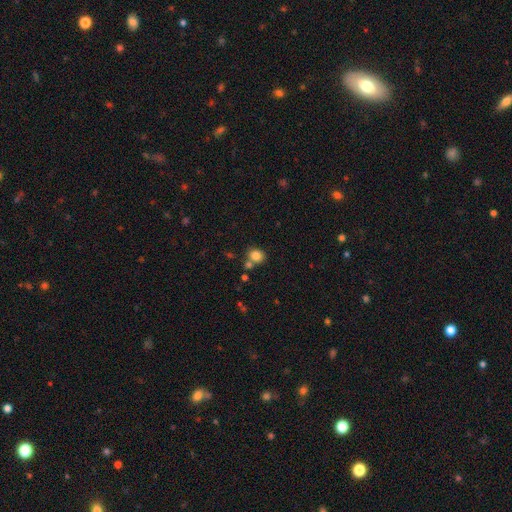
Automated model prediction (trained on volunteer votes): Smooth or featured? smooth (83%)
How rounded? round (62%)
Merging? none (63%)